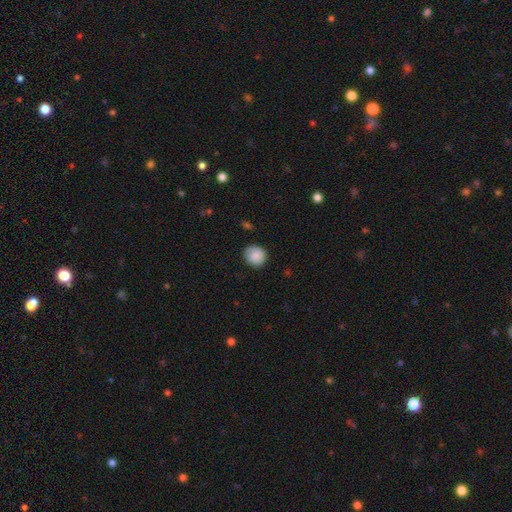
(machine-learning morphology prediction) The model was most divided on "merging": none: 82%, minor disturbance: 14%, major disturbance: 3%, merger: 1%. More confident: smooth or featured — smooth (86%); how rounded — round (85%).